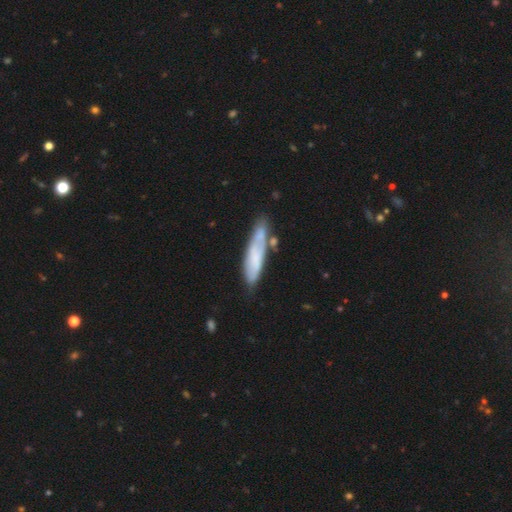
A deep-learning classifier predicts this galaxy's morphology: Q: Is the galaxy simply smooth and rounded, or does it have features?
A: smooth — 57%.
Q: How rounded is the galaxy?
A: cigar-shaped — 77%.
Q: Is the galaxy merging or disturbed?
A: none — 64%.